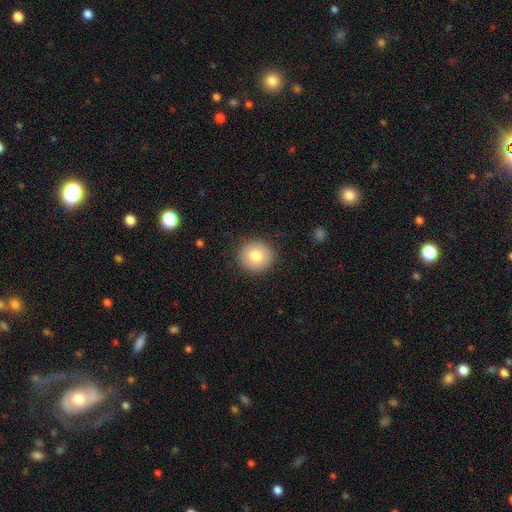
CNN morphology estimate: The model was most divided on "smooth or featured": smooth: 80%, featured or disk: 12%, star or artifact: 8%. More confident: how rounded — round (93%); merging — none (90%).